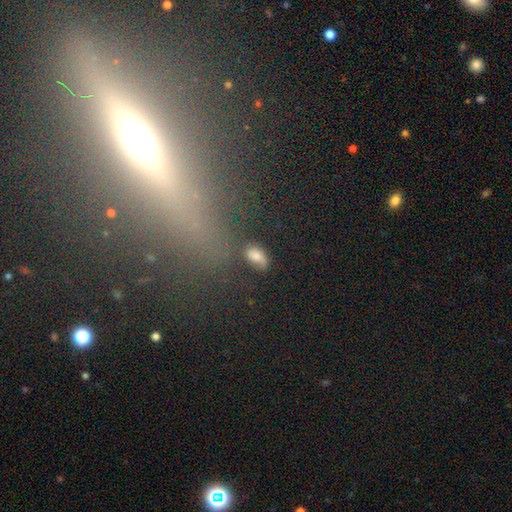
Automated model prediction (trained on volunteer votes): Smooth or featured? Predicted: smooth (p=0.40). Merging? Predicted: none (p=0.64).